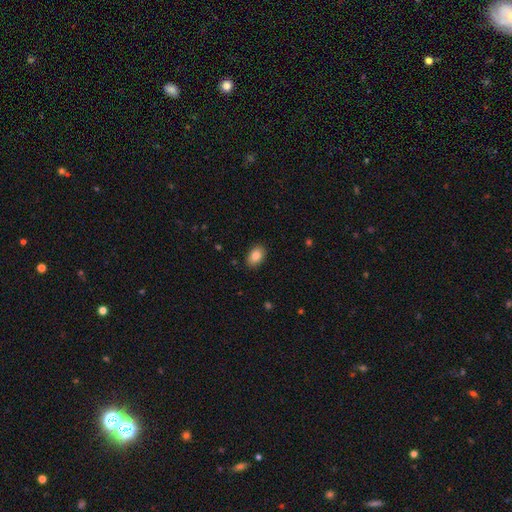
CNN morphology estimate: type=smooth (85%); roundness=in between (85%); merging=none (88%).